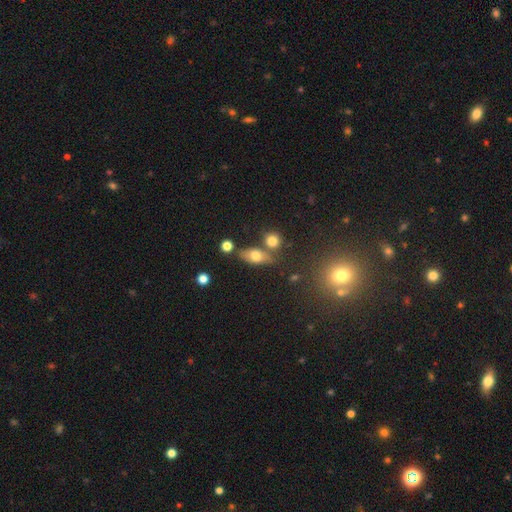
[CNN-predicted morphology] Overall: smooth (68%). How rounded: in between (76%). Merging: none (63%).